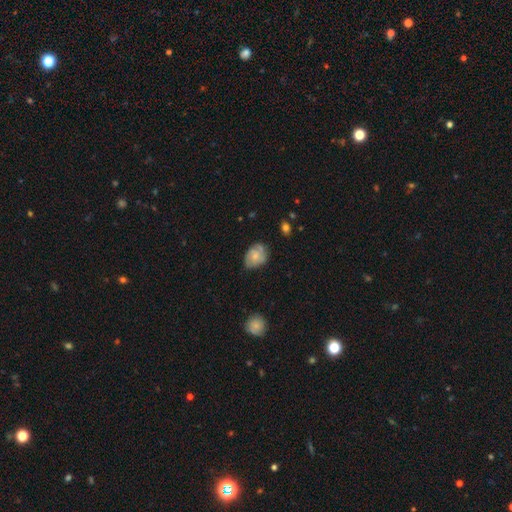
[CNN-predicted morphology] A featured or disk galaxy (48%). Merging: none (61%).